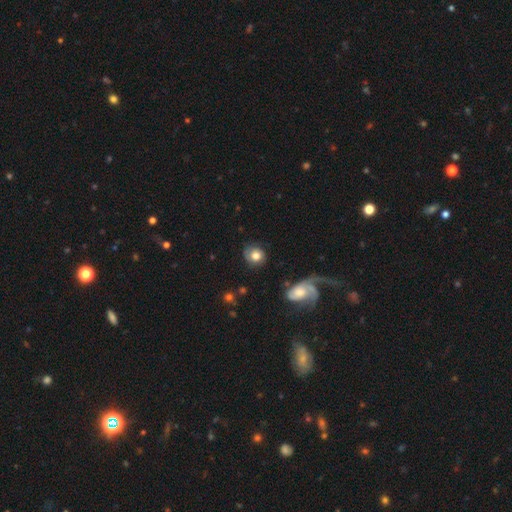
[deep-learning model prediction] Smooth or featured? Predicted: smooth (p=0.71). How rounded? Predicted: round (p=0.80). Merging? Predicted: none (p=0.70).